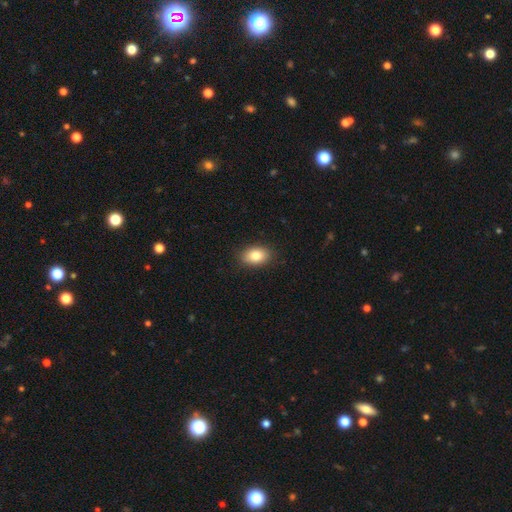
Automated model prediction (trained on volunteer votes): The model was most divided on "how rounded": in between: 84%, round: 15%, cigar-shaped: 1%. More confident: merging — none (88%); smooth or featured — smooth (83%).